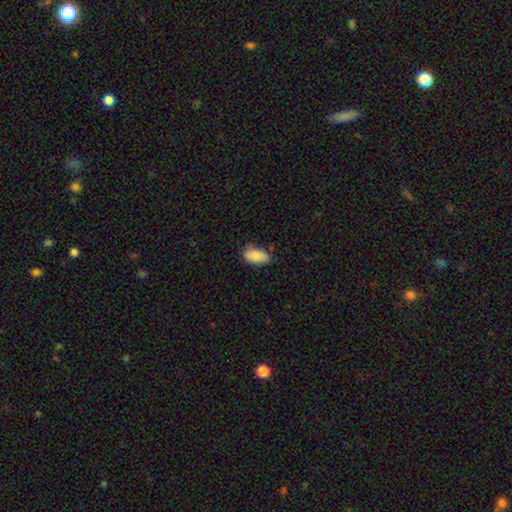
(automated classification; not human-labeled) Overall: smooth (87%). How rounded: in between (93%). Merging: none (67%).